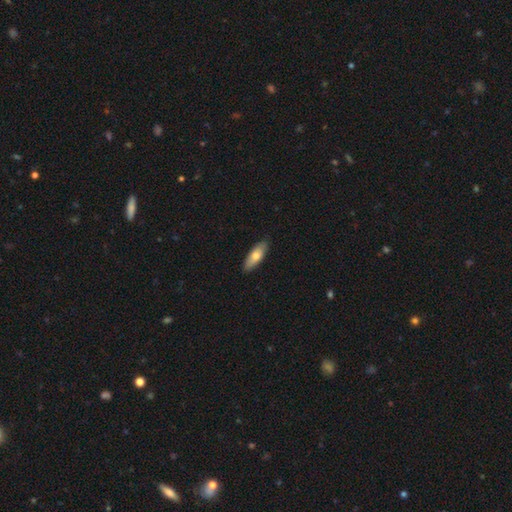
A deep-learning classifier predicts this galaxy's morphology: Smooth or featured: smooth — 71% (featured or disk — 23%)
How rounded: in between — 63% (cigar-shaped — 34%)
Merging: none — 87% (minor disturbance — 11%)